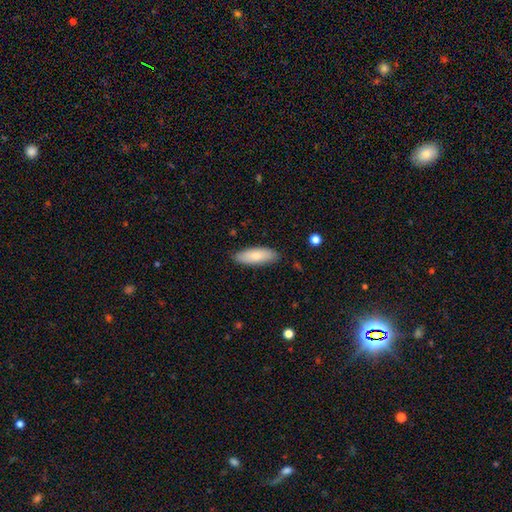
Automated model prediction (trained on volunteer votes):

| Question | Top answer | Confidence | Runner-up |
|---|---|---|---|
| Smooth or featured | smooth | 79% | featured or disk (15%) |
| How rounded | in between | 69% | cigar-shaped (29%) |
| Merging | none | 86% | minor disturbance (11%) |